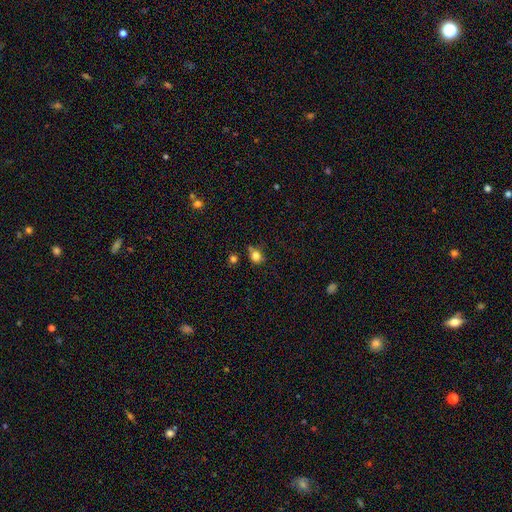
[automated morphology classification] Smooth or featured: smooth — 78% (star or artifact — 13%)
How rounded: round — 70% (in between — 28%)
Merging: none — 57% (minor disturbance — 23%)